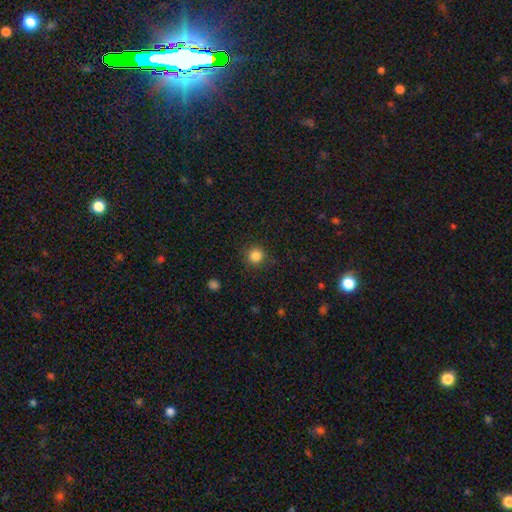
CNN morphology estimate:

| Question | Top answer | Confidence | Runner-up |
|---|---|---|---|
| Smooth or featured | smooth | 85% | star or artifact (12%) |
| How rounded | round | 94% | in between (5%) |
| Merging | none | 88% | minor disturbance (8%) |